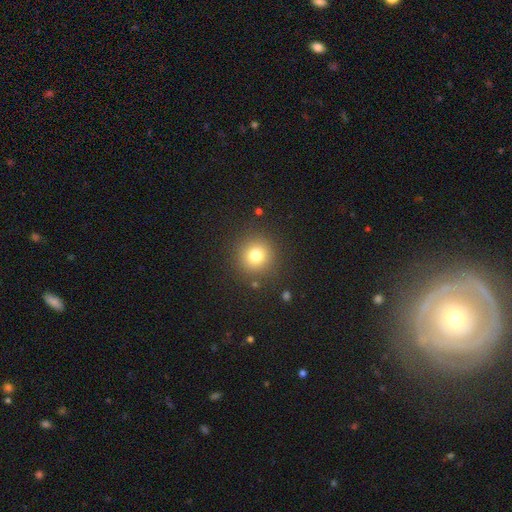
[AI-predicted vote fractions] Smooth or featured? smooth (78%)
How rounded? round (94%)
Merging? none (89%)